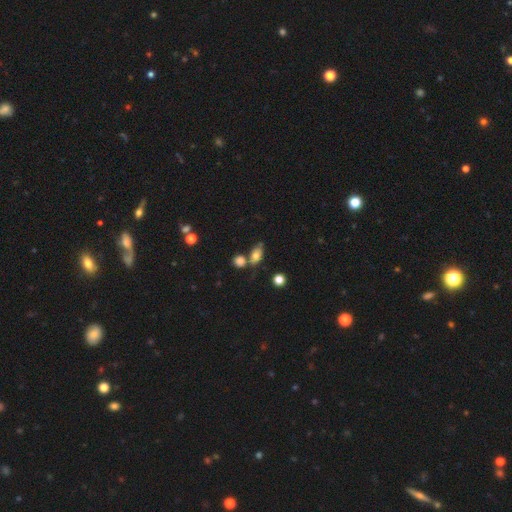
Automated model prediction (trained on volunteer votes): smooth 72%, featured or disk 17%, star or artifact 10%. Down the decision tree: how rounded — in between (81%); merging — none (54%).